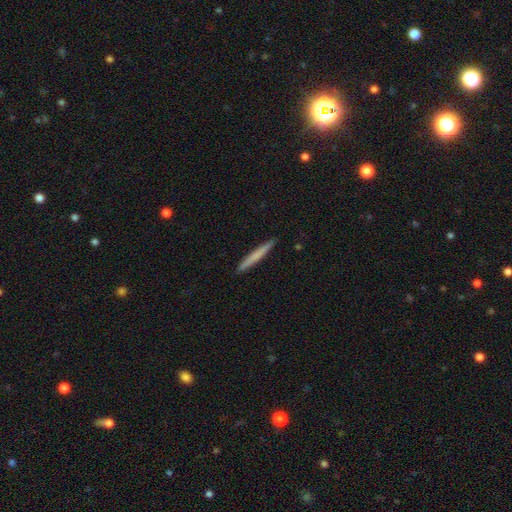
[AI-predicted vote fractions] Smooth or featured? smooth (66%)
How rounded? cigar-shaped (97%)
Merging? none (92%)